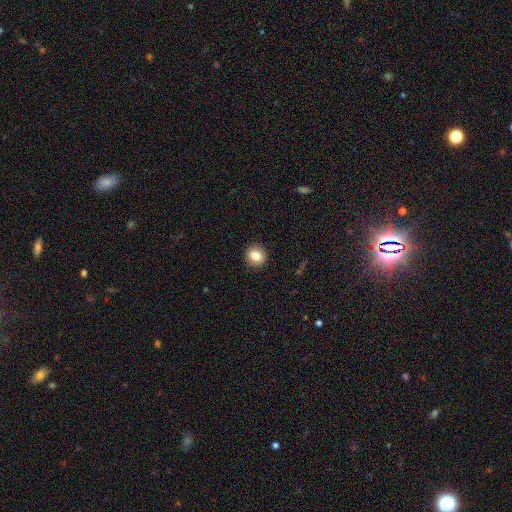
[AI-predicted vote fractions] Morphology: type=smooth (84%); roundness=round (87%); merging=none (92%).